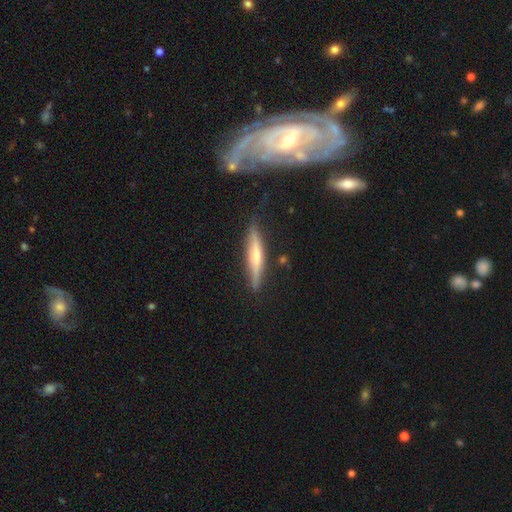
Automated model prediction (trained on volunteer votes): featured or disk 51%, smooth 42%, star or artifact 7%. Down the decision tree: edge-on disk — yes (93%); merging — none (81%).